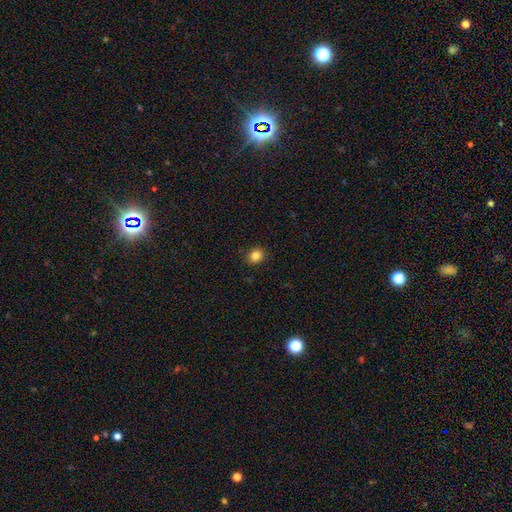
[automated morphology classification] Q: Smooth or featured?
A: smooth (84%); runner-up: star or artifact (11%)
Q: How rounded?
A: round (58%); runner-up: in between (41%)
Q: Merging?
A: none (90%); runner-up: minor disturbance (7%)